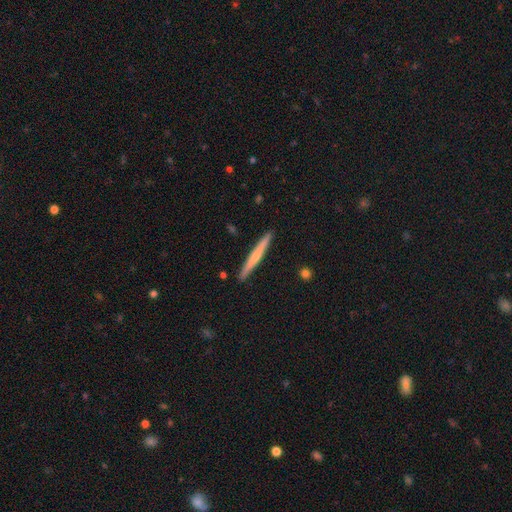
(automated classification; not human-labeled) Morphology: type=smooth (48%); merging=none (92%).